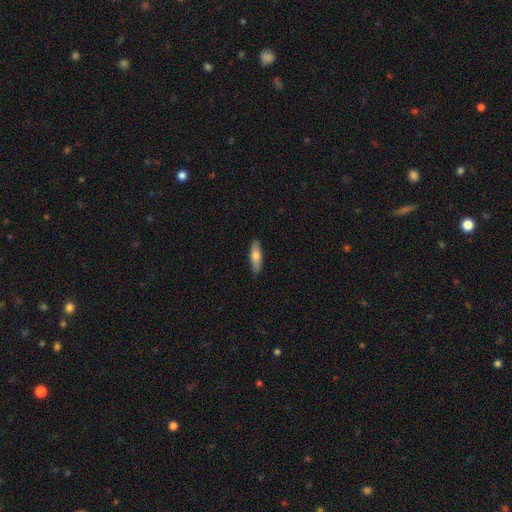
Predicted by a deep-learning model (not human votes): Q: Smooth or featured?
A: smooth (69%); runner-up: featured or disk (26%)
Q: How rounded?
A: in between (52%); runner-up: cigar-shaped (46%)
Q: Merging?
A: none (87%); runner-up: minor disturbance (10%)